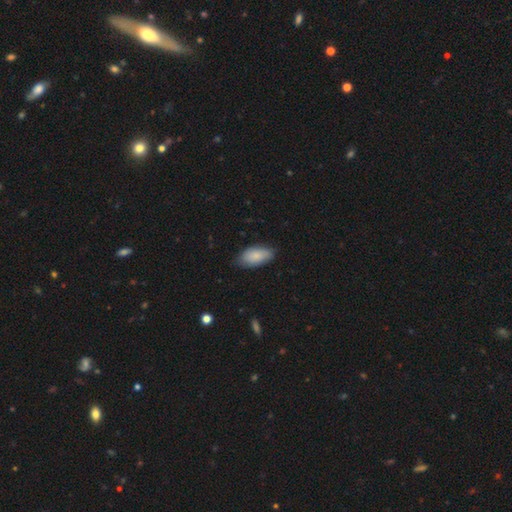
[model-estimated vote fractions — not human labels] A smooth galaxy with no disk features (84%) that is in between round and cigar-shaped (92%).

Vote fractions:
- Smooth or featured? smooth: 84% / featured or disk: 10% / star or artifact: 6%
- How rounded? in between: 92% / cigar-shaped: 6% / round: 2%
- Merging? none: 75% / minor disturbance: 21% / major disturbance: 3% / merger: 1%